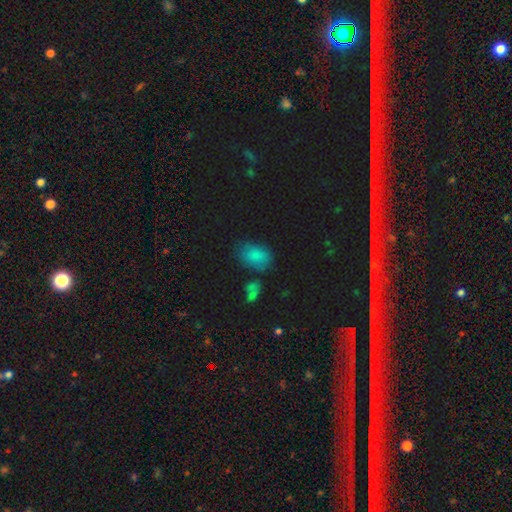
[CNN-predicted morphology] type=smooth (79%); roundness=in between (84%); merging=none (60%).